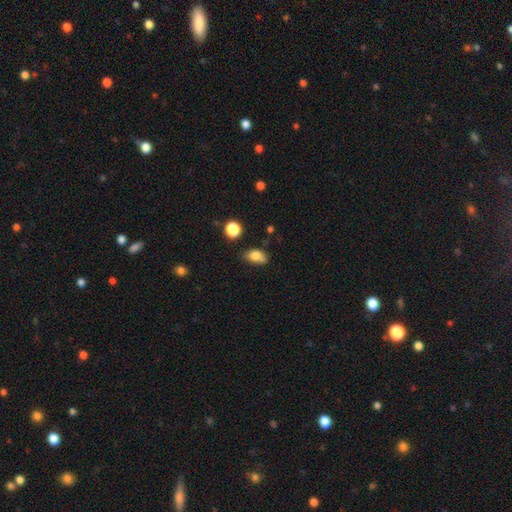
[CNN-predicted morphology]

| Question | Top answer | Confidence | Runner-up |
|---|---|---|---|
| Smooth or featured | smooth | 78% | featured or disk (12%) |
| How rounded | in between | 80% | round (17%) |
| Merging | none | 52% | minor disturbance (29%) |